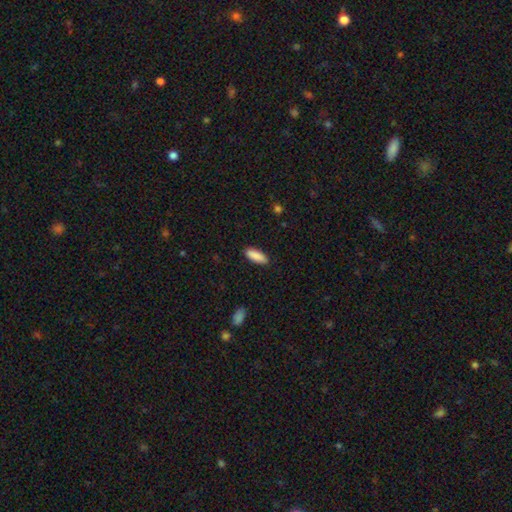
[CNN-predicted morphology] Smooth or featured? Predicted: smooth (p=0.90). How rounded? Predicted: in between (p=0.71). Merging? Predicted: none (p=0.89).